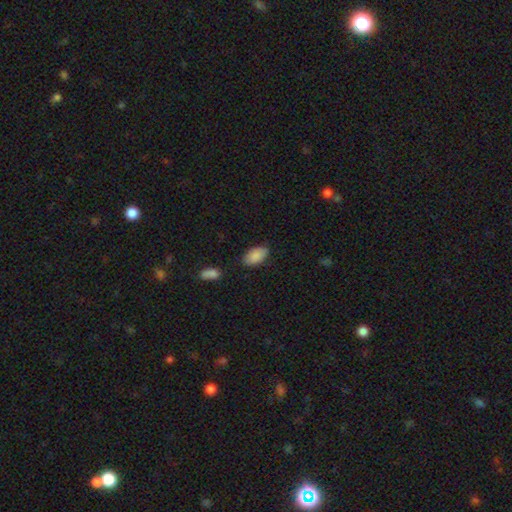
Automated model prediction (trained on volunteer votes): The model was most divided on "merging": none: 78%, minor disturbance: 15%, major disturbance: 3%, merger: 3%. More confident: how rounded — in between (94%); smooth or featured — smooth (88%).